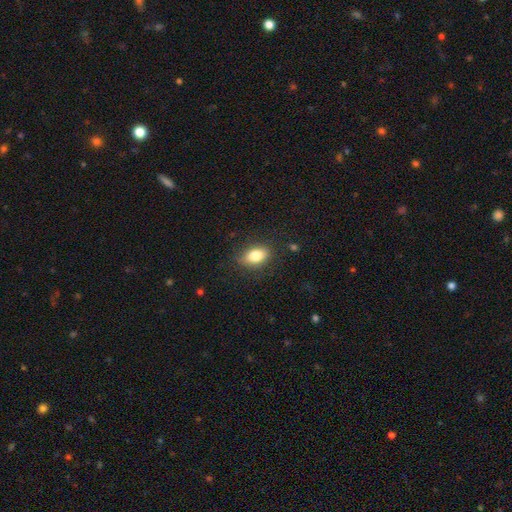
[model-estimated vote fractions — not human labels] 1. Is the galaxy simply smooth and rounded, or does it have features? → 82% smooth, 9% featured or disk, 8% star or artifact.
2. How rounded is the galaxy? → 86% in between, 11% round, 3% cigar-shaped.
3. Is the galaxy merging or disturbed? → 84% none, 12% minor disturbance, 3% major disturbance, 1% merger.